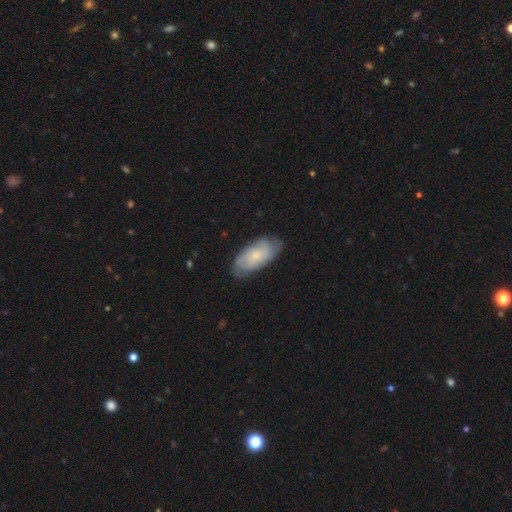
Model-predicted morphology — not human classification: Smooth or featured? featured or disk (55%)
Edge-on disk? no (93%)
Bar? no (78%)
Spiral arms? yes (88%)
Bulge size? small (77%)
Merging? none (77%)